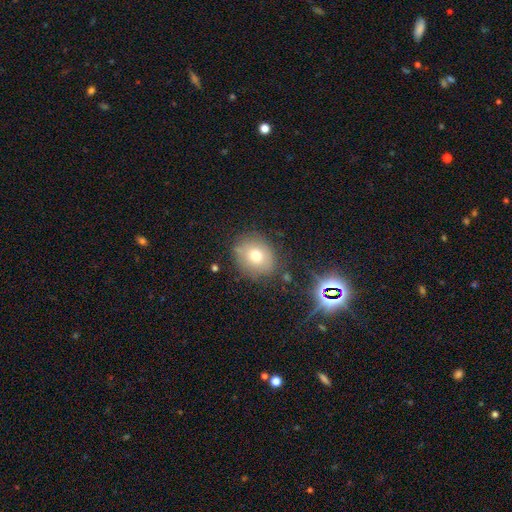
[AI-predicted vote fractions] Q: Smooth or featured?
A: smooth (71%); runner-up: featured or disk (15%)
Q: How rounded?
A: round (71%); runner-up: in between (28%)
Q: Merging?
A: none (80%); runner-up: minor disturbance (13%)